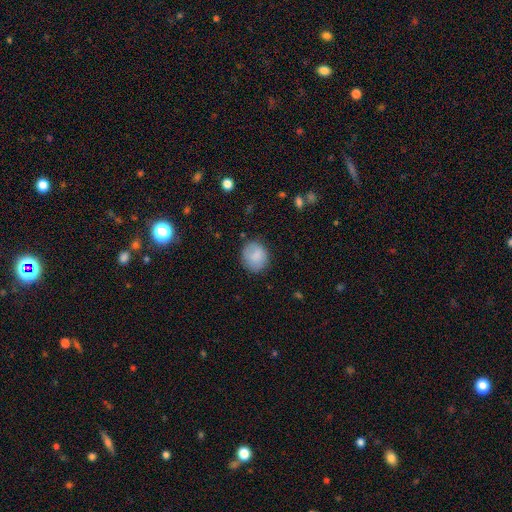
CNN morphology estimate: Q: Smooth or featured?
A: smooth (83%); runner-up: featured or disk (9%)
Q: How rounded?
A: round (74%); runner-up: in between (25%)
Q: Merging?
A: none (78%); runner-up: minor disturbance (16%)